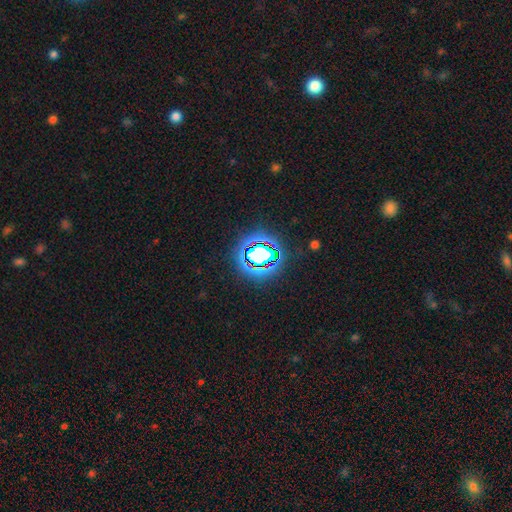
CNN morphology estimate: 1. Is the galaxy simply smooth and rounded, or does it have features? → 77% star or artifact, 14% smooth, 9% featured or disk.